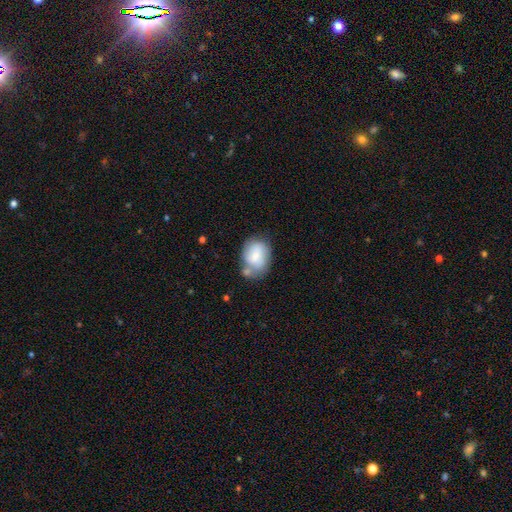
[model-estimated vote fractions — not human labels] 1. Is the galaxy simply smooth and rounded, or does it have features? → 66% smooth, 27% featured or disk, 7% star or artifact.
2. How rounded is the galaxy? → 66% in between, 33% round, 1% cigar-shaped.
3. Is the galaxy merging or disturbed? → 46% none, 25% minor disturbance, 20% merger, 9% major disturbance.